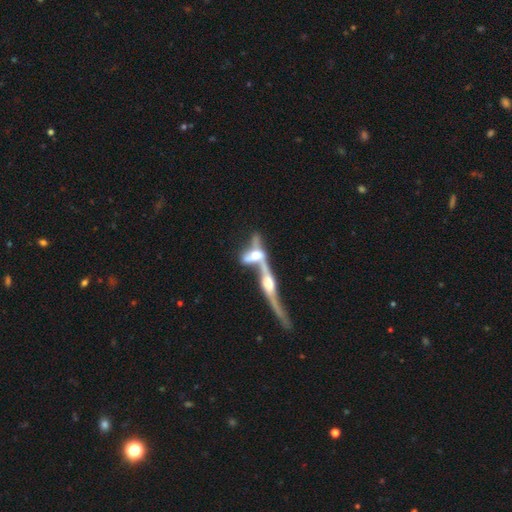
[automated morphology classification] A featured or disk galaxy (63%) viewed edge-on (56%). Merging: merger (76%).